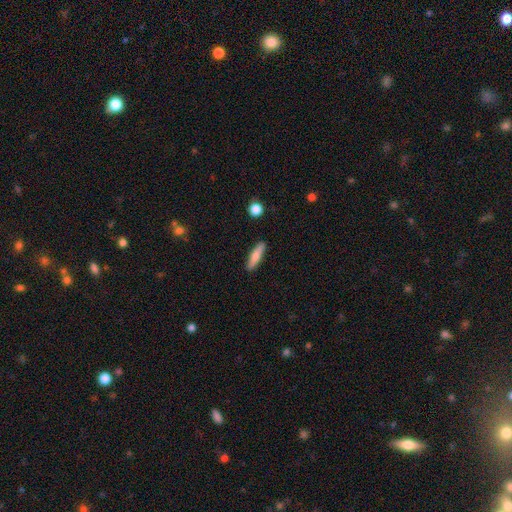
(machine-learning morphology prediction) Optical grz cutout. It shows a smooth galaxy with no disk features (69%) that is cigar-shaped (78%). Merging: none (87%).